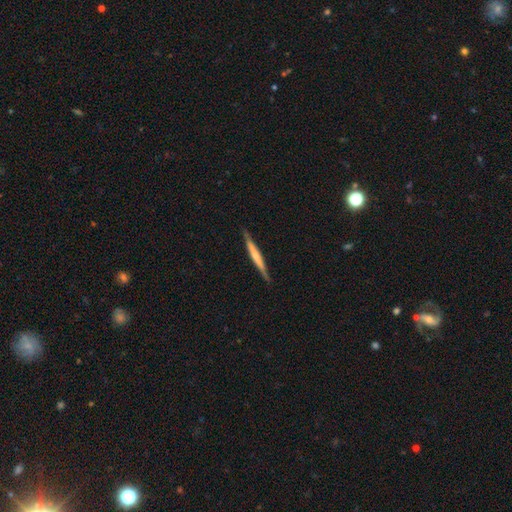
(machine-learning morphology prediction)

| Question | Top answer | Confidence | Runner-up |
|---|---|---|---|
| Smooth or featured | featured or disk | 58% | smooth (36%) |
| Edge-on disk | yes | 97% | no (3%) |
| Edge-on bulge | rounded | 47% | none (42%) |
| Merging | none | 88% | minor disturbance (10%) |